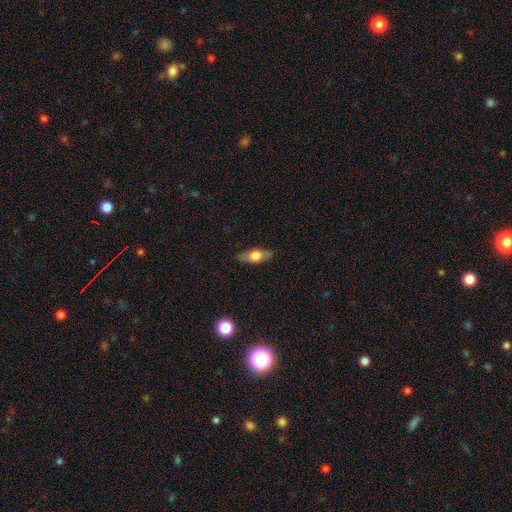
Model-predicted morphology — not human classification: Smooth or featured: smooth — 58% (featured or disk — 35%)
How rounded: in between — 72% (cigar-shaped — 24%)
Merging: none — 83% (minor disturbance — 13%)